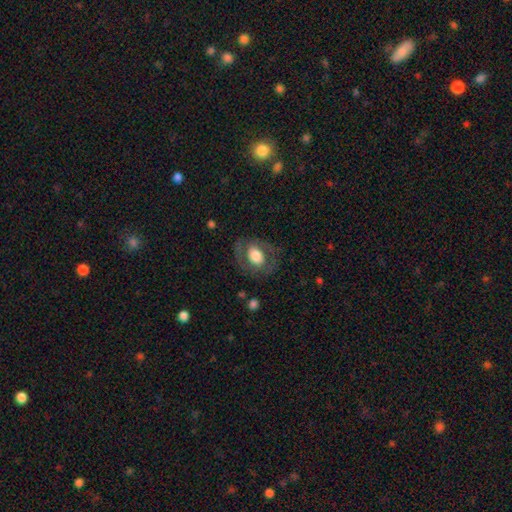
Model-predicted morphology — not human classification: Overall: smooth (53%; featured or disk 41%). How rounded: in between (59%; round 39%). Merging: none (74%).